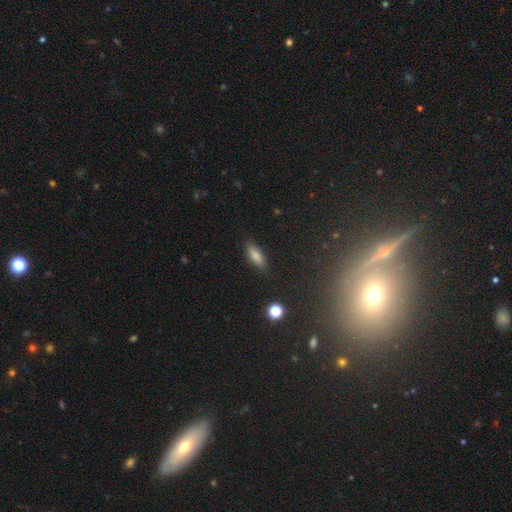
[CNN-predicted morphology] This appears to be a smooth galaxy with no disk features (82%) that is in between round and cigar-shaped (67%). Merging: none (85%).